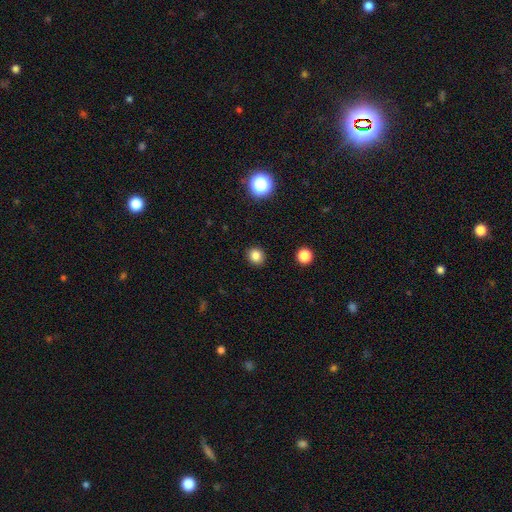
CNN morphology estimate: The model was most divided on "smooth or featured": smooth: 83%, star or artifact: 13%, featured or disk: 5%. More confident: merging — none (91%); how rounded — round (85%).